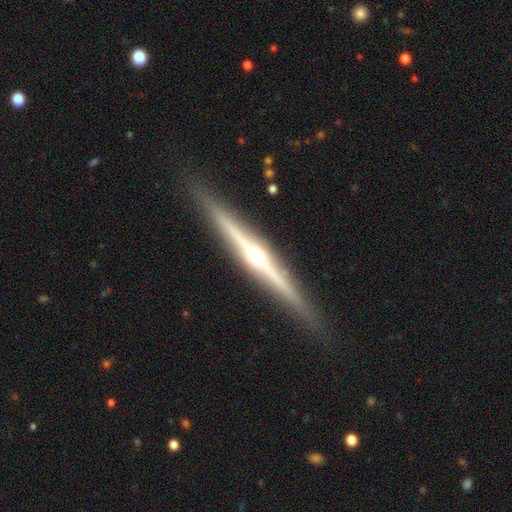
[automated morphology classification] Smooth or featured? featured or disk (85%)
Edge-on disk? yes (98%)
Edge-on bulge? rounded (88%)
Merging? none (91%)